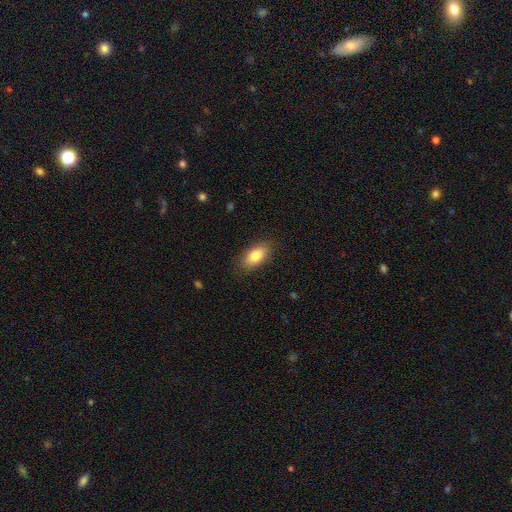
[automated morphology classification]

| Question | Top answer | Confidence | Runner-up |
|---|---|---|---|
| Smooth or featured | smooth | 81% | featured or disk (12%) |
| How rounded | in between | 89% | cigar-shaped (6%) |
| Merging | none | 86% | minor disturbance (11%) |